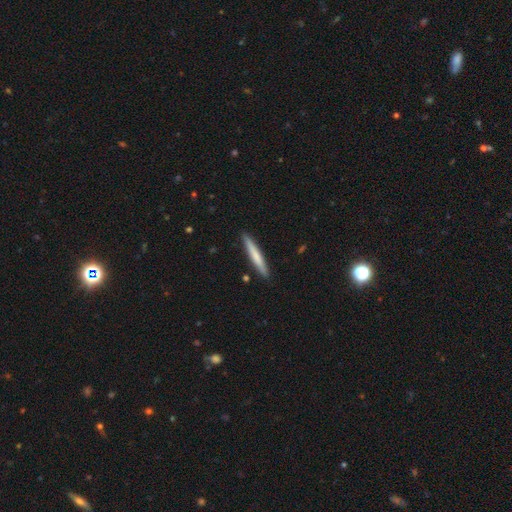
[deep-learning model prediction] Overall: smooth (67%; featured or disk 28%). How rounded: cigar-shaped (95%). Merging: none (90%).